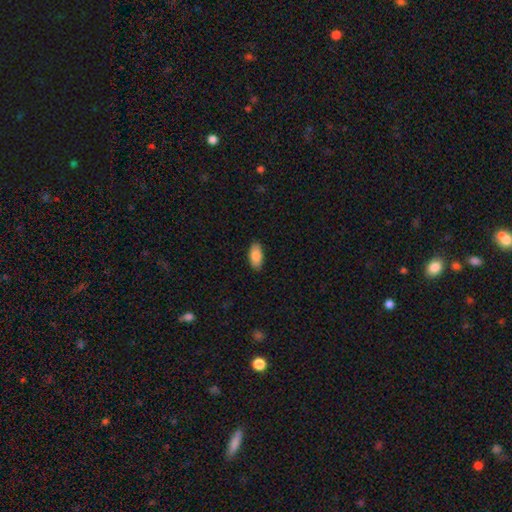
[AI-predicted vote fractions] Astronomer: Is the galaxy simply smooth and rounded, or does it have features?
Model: smooth — 85%.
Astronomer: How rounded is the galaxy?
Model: in between — 91%.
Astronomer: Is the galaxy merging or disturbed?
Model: none — 89%.